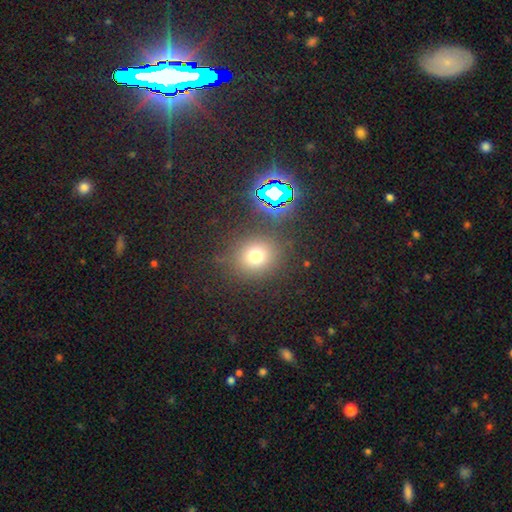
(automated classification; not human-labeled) Smooth or featured? smooth (70%)
How rounded? round (84%)
Merging? none (83%)